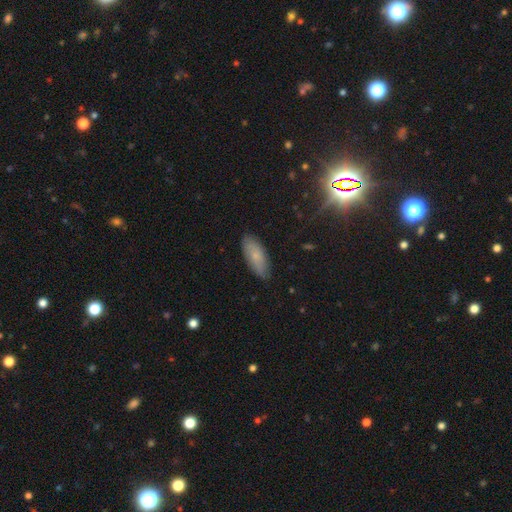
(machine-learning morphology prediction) Smooth or featured?
  - smooth: 72% *
  - featured or disk: 19%
  - star or artifact: 9%
How rounded?
  - in between: 77% *
  - cigar-shaped: 20%
  - round: 2%
Merging?
  - none: 82% *
  - minor disturbance: 14%
  - major disturbance: 2%
  - merger: 1%